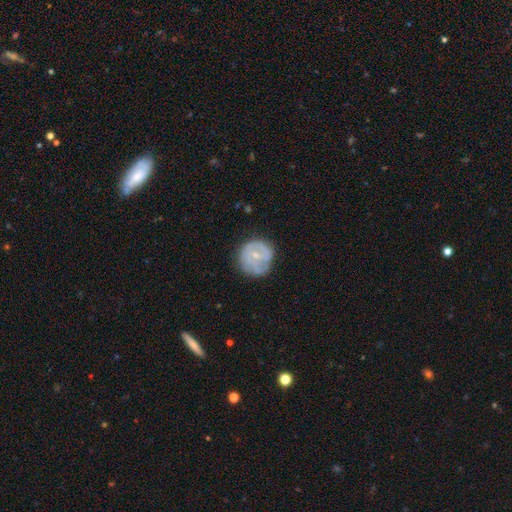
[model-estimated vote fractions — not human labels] A featured or disk galaxy (55%) with no bar (62%), spiral arms (61%) and a small central bulge (66%). Merging: none (62%).